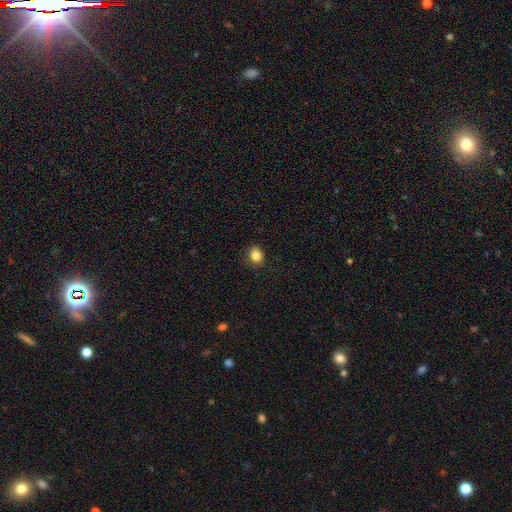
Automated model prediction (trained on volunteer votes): This appears to be a smooth galaxy with no disk features (84%) that is round (60%). Merging: none (82%).